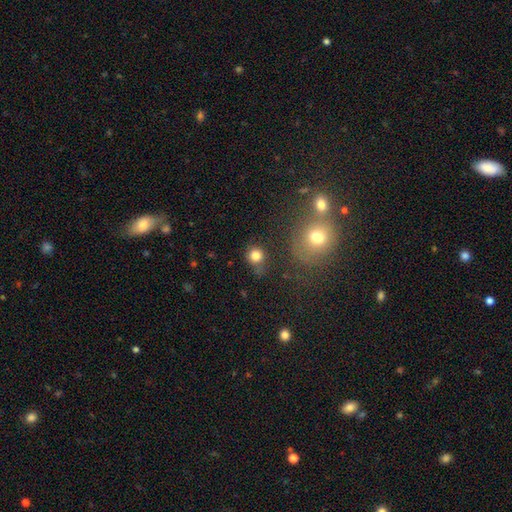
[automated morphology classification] Smooth or featured: smooth — 82% (star or artifact — 12%)
How rounded: round — 85% (in between — 14%)
Merging: none — 70% (minor disturbance — 17%)